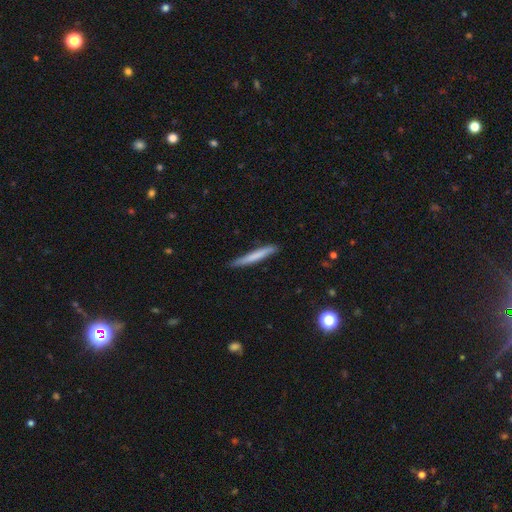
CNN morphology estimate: Smooth or featured? Predicted: smooth (p=0.68). How rounded? Predicted: cigar-shaped (p=0.96). Merging? Predicted: none (p=0.85).